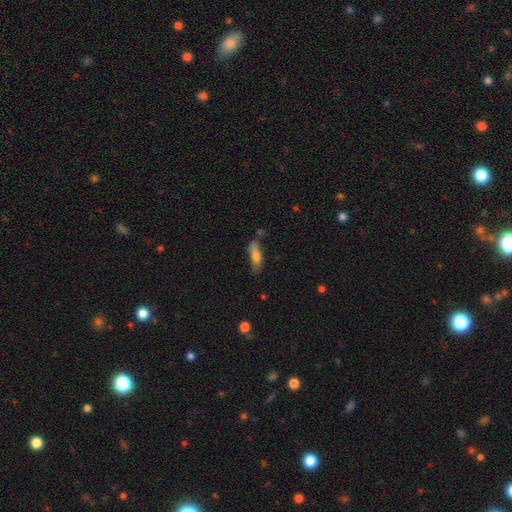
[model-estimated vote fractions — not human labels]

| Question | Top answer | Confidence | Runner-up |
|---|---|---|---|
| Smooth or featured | smooth | 66% | featured or disk (26%) |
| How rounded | cigar-shaped | 53% | in between (44%) |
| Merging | none | 56% | minor disturbance (26%) |